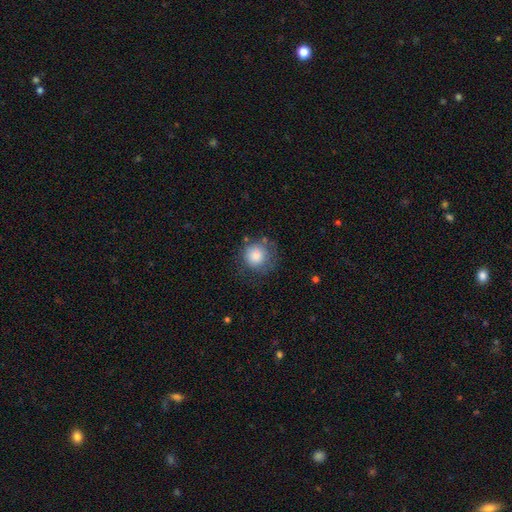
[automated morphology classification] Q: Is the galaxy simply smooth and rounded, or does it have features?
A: smooth — 81%.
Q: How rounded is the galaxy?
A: round — 89%.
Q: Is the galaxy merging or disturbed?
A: none — 60%.